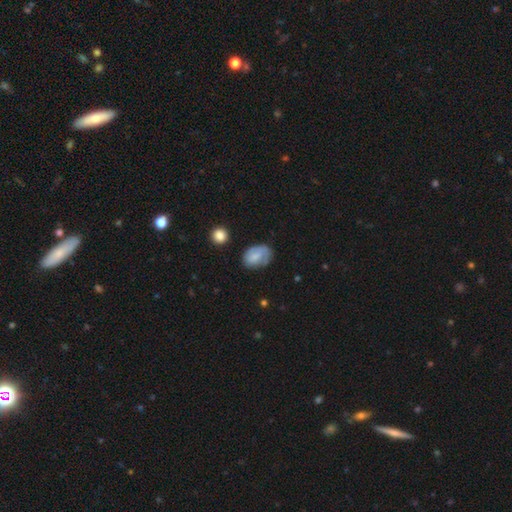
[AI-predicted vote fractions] smooth 66%, featured or disk 26%, star or artifact 8%. Down the decision tree: how rounded — in between (80%); merging — none (54%).